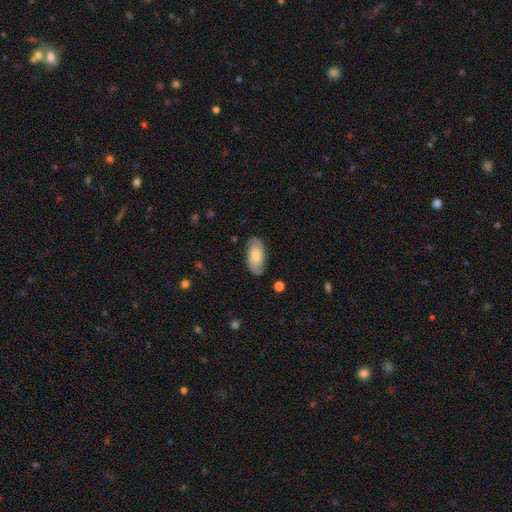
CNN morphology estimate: Smooth or featured?
  - smooth: 54% *
  - featured or disk: 39%
  - star or artifact: 7%
How rounded?
  - in between: 93% *
  - cigar-shaped: 5%
  - round: 3%
Merging?
  - none: 81% *
  - minor disturbance: 14%
  - major disturbance: 4%
  - merger: 1%